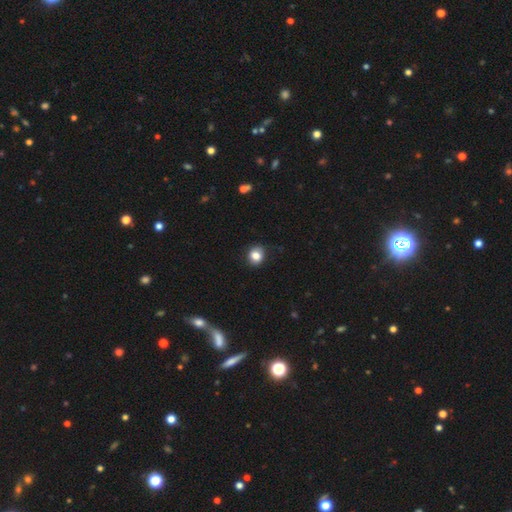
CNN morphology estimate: smooth 83%, star or artifact 10%, featured or disk 8%. Down the decision tree: how rounded — round (71%); merging — none (81%).